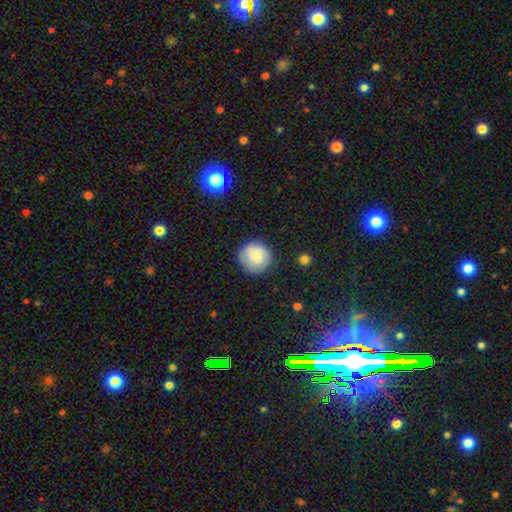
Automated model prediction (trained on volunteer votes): This is likely a smooth galaxy (77%). How rounded: clearly round (93%). Merging: clearly none (83%).